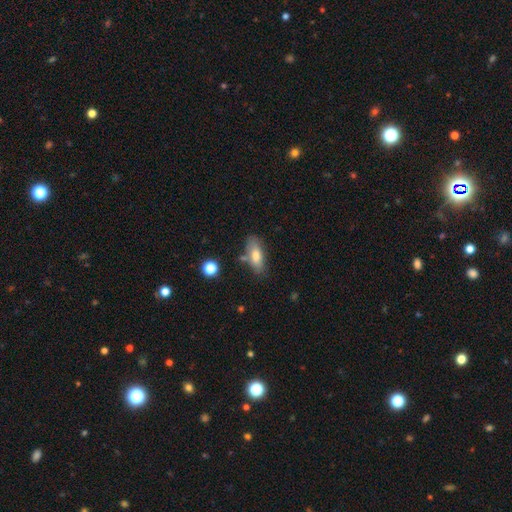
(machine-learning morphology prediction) Overall: smooth (71%). How rounded: in between (68%; cigar-shaped 29%). Merging: none (73%).